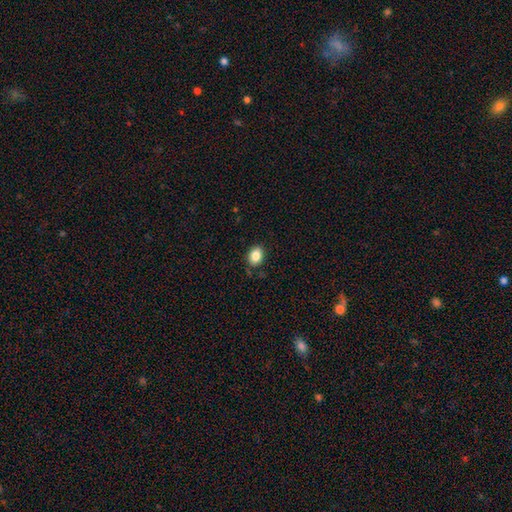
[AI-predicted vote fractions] Smooth or featured? smooth (86%)
How rounded? in between (66%)
Merging? none (83%)